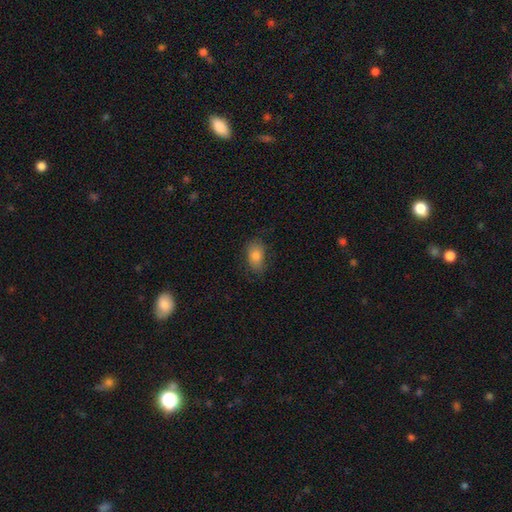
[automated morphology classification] The model was most divided on "merging": none: 74%, minor disturbance: 19%, major disturbance: 6%, merger: 1%. More confident: how rounded — in between (83%); smooth or featured — smooth (79%).